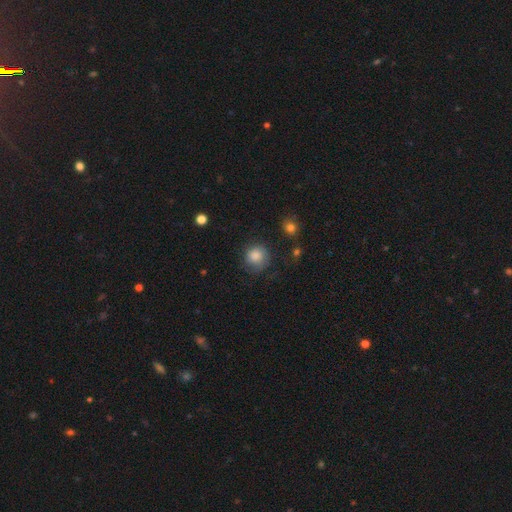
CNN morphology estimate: A smooth galaxy with no disk features (82%) that is round (85%). Merging: none (63%).